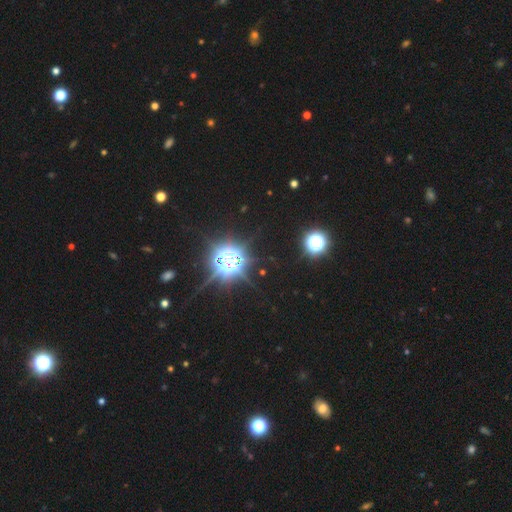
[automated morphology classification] A star or artifact, not a galaxy (84%).